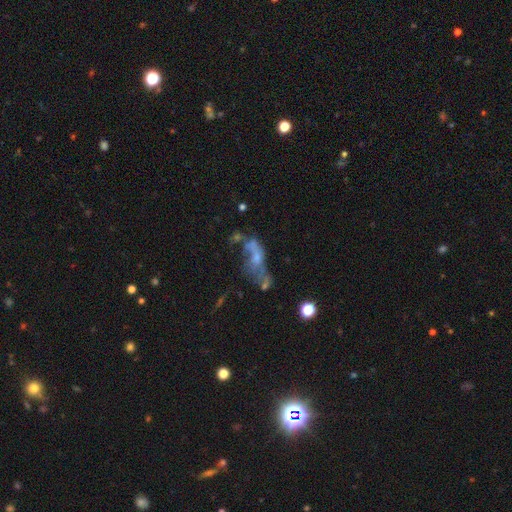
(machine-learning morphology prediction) A featured or disk galaxy (51%). Merging: major disturbance (32%).